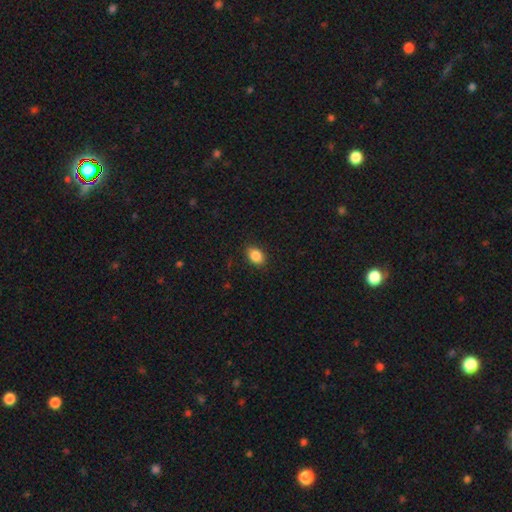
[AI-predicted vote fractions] smooth_or_featured: smooth (p=0.86) [alt: star or artifact p=0.09]
how_rounded: in between (p=0.79) [alt: round p=0.19]
merging: none (p=0.88) [alt: minor disturbance p=0.09]